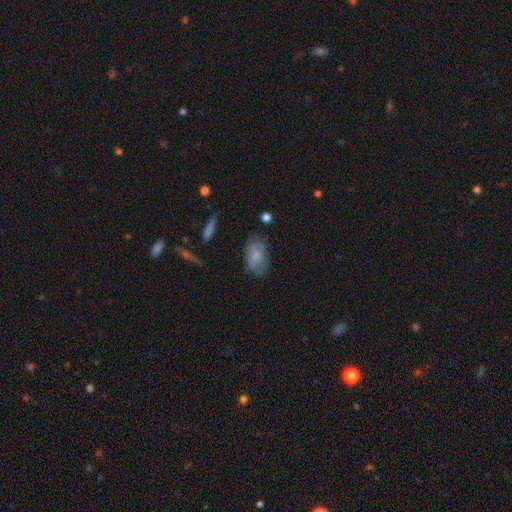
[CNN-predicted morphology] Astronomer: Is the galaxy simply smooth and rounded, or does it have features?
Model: smooth — 72%.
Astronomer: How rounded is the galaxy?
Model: in between — 90%.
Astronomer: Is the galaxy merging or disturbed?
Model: none — 67%.